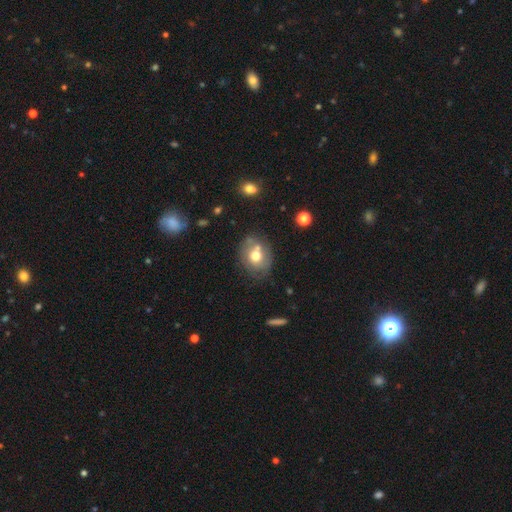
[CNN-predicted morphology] Smooth or featured? smooth (66%)
How rounded? round (54%)
Merging? none (59%)